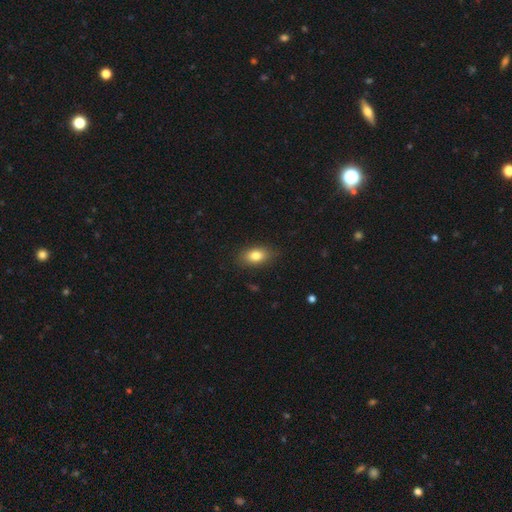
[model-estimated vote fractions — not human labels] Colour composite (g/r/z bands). It shows a smooth galaxy with no disk features (82%) that is in between round and cigar-shaped (87%). Merging: none (85%).